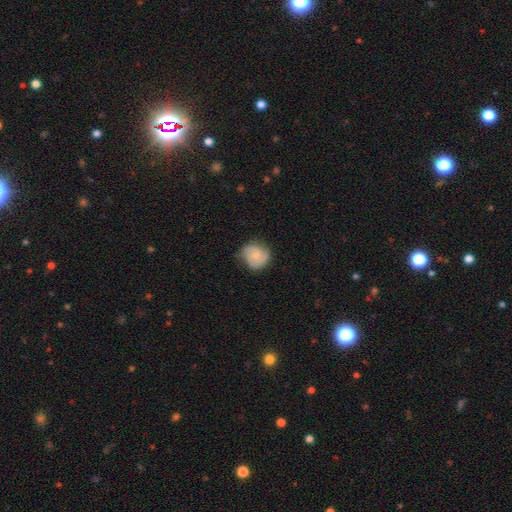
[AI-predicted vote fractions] The model was most divided on "smooth or featured": smooth: 53%, featured or disk: 41%, star or artifact: 7%. More confident: how rounded — round (82%); merging — none (63%).